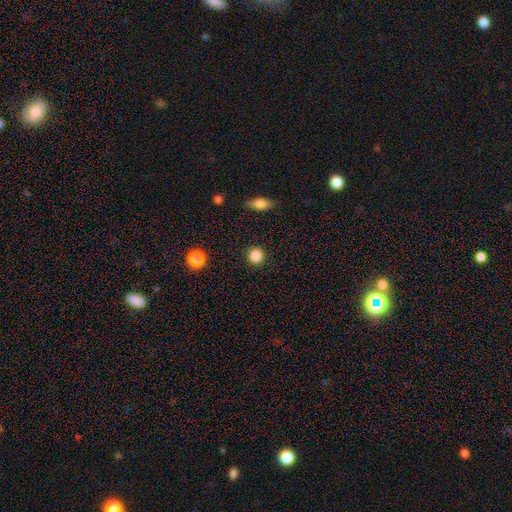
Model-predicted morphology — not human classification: smooth-or-featured: smooth: 86% | star or artifact: 10% | featured or disk: 4%
  how-rounded: round: 89% | in between: 10% | cigar-shaped: 1%
  merging: none: 91% | minor disturbance: 5% | major disturbance: 2% | merger: 1%